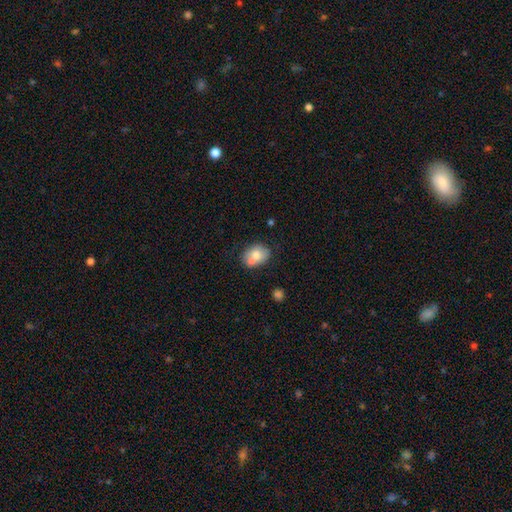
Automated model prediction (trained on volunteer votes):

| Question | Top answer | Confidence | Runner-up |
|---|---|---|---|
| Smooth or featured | smooth | 71% | featured or disk (21%) |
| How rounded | in between | 58% | round (41%) |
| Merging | none | 50% | merger (32%) |